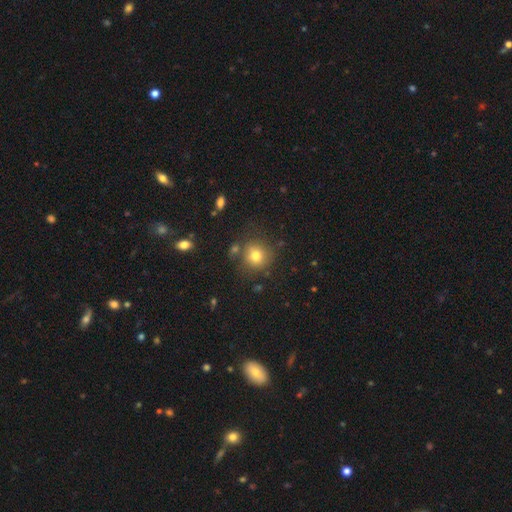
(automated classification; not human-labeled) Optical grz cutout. It shows a smooth galaxy with no disk features (77%) that is round (87%). Merging: none (76%).